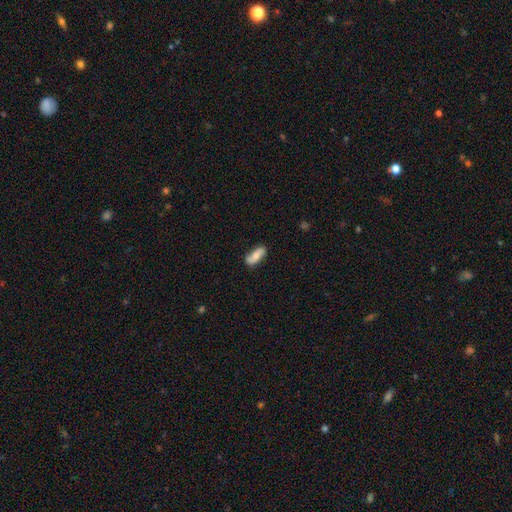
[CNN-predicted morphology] Smooth or featured: smooth — 56% (featured or disk — 38%)
How rounded: in between — 73% (cigar-shaped — 24%)
Merging: none — 78% (minor disturbance — 16%)